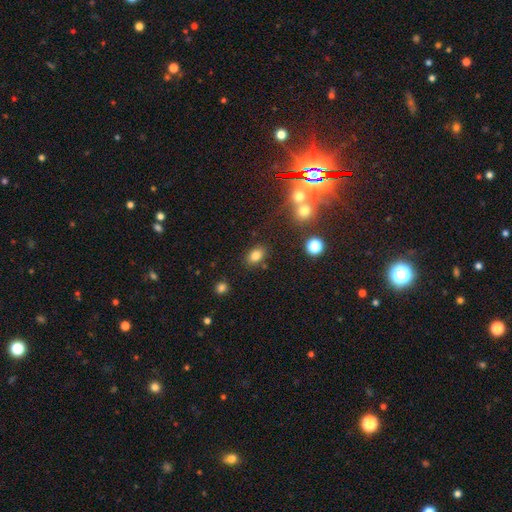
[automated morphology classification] Smooth or featured? smooth (81%)
How rounded? in between (78%)
Merging? none (82%)